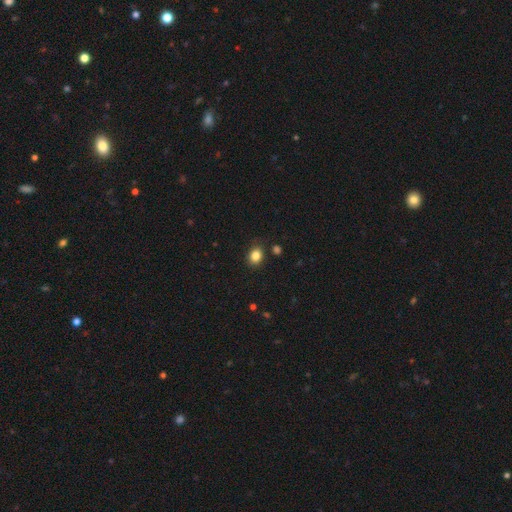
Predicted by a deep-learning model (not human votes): Smooth or featured? smooth (85%)
How rounded? in between (53%)
Merging? none (81%)